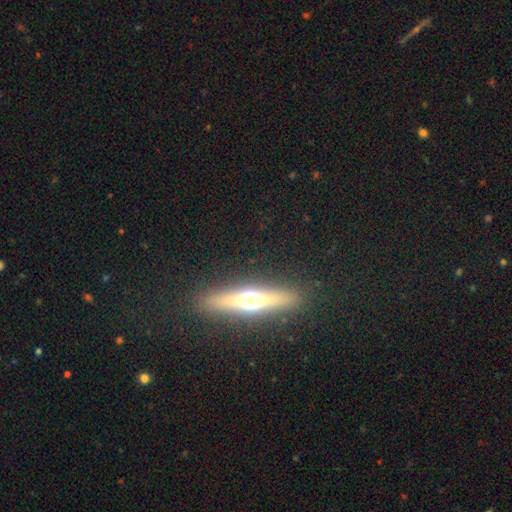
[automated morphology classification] type=featured or disk (64%); edge-on=yes (95%); edge-on bulge=rounded (92%); merging=none (90%).